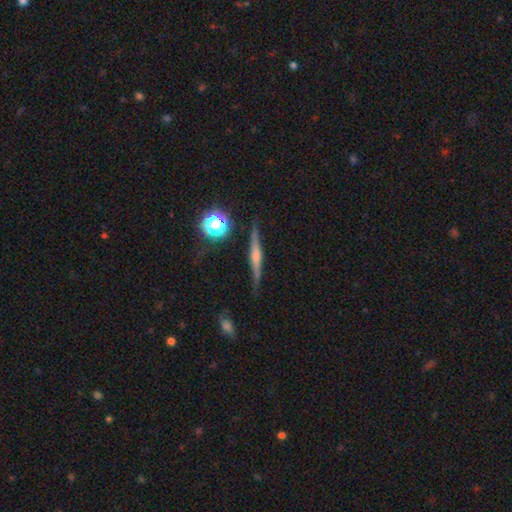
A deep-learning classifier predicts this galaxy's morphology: A featured or disk galaxy (69%) viewed edge-on (97%) with a rounded central bulge (70%). Merging: none (86%).